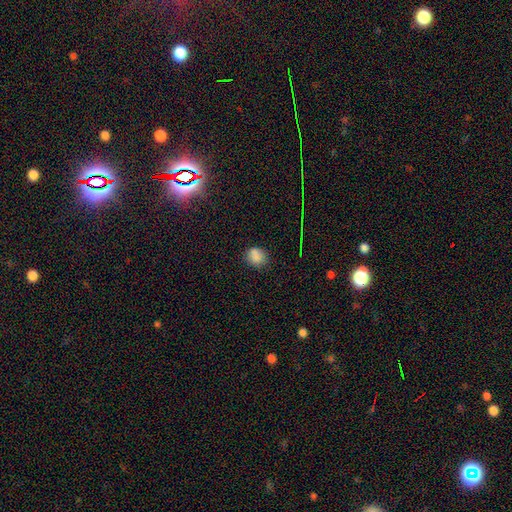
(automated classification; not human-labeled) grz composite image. It shows a smooth galaxy with no disk features (81%) that is round (58%). Merging: none (77%).